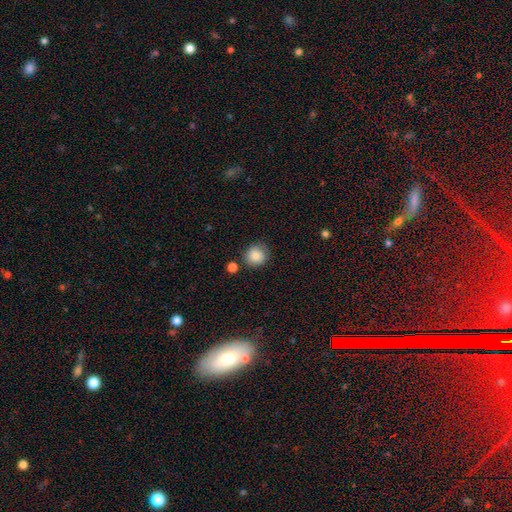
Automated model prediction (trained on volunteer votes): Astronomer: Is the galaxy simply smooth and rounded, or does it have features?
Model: smooth — 81%.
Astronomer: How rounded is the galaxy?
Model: round — 90%.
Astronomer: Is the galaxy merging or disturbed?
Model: none — 77%.